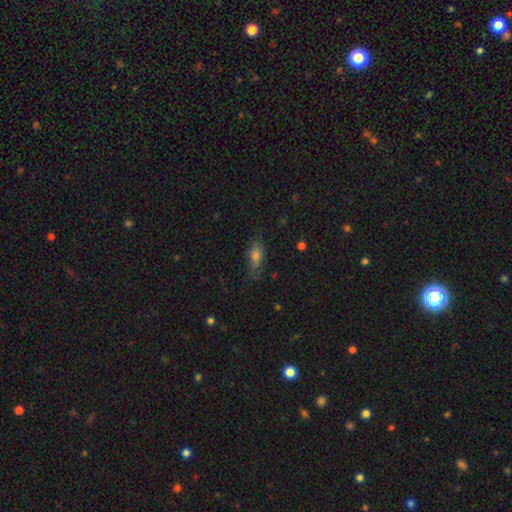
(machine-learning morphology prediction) Overall: smooth (66%). How rounded: in between (67%; cigar-shaped 28%). Merging: none (68%).